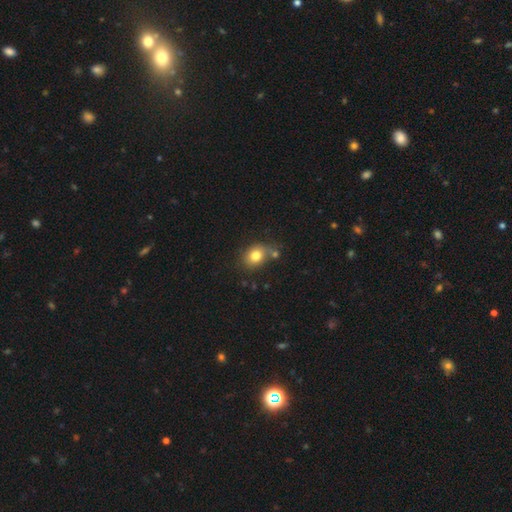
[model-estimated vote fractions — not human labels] smooth_or_featured: smooth (p=0.80) [alt: featured or disk p=0.10]
how_rounded: round (p=0.54) [alt: in between p=0.45]
merging: none (p=0.57) [alt: minor disturbance p=0.19]